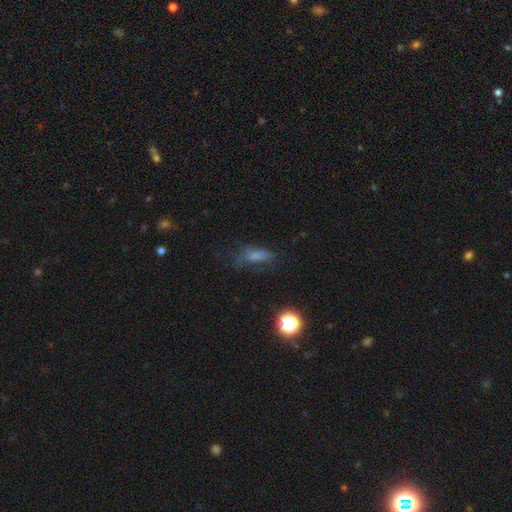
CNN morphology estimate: This appears to be a smooth galaxy with no disk features (62%) that is in between round and cigar-shaped (65%). Merging: none (45%).